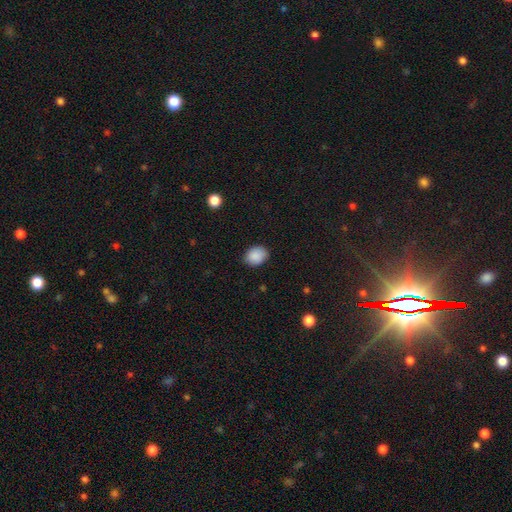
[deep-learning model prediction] Smooth or featured: smooth — 89% (star or artifact — 8%)
How rounded: in between — 57% (round — 42%)
Merging: none — 82% (minor disturbance — 14%)